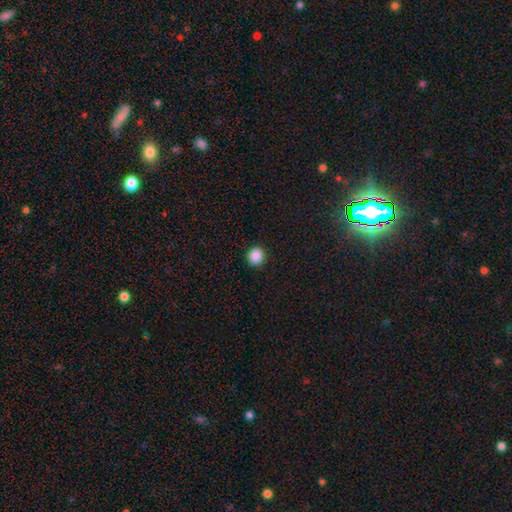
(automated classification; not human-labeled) smooth-or-featured: smooth: 88% | star or artifact: 10% | featured or disk: 3%
  how-rounded: round: 86% | in between: 13% | cigar-shaped: 1%
  merging: none: 92% | minor disturbance: 5% | major disturbance: 2% | merger: 1%